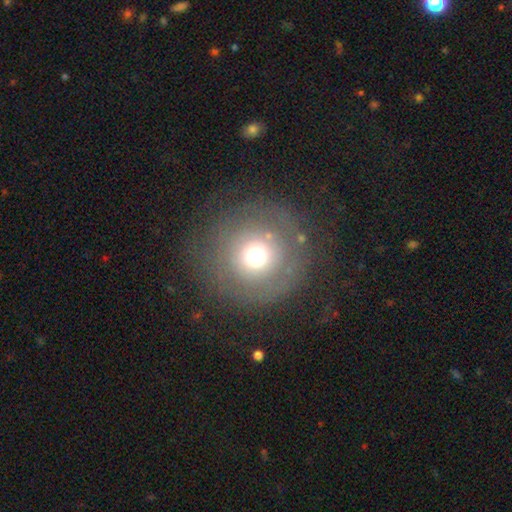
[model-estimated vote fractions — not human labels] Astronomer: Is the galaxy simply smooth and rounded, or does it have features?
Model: smooth — 55% (runner-up: featured or disk, 30%).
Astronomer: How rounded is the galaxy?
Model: round — 95%.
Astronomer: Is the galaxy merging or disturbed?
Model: none — 77%.